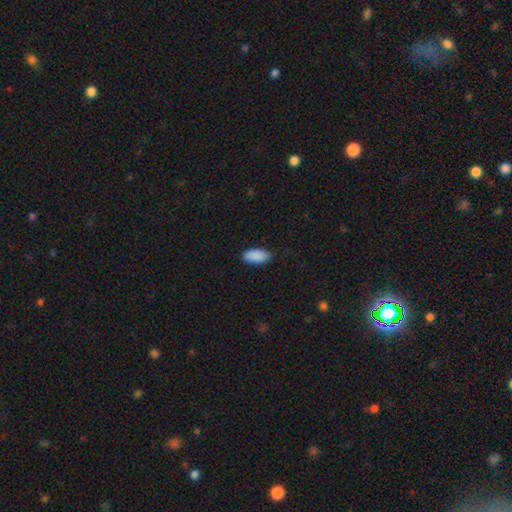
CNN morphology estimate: Q: Smooth or featured?
A: smooth (91%); runner-up: star or artifact (6%)
Q: How rounded?
A: in between (89%); runner-up: cigar-shaped (9%)
Q: Merging?
A: none (88%); runner-up: minor disturbance (9%)